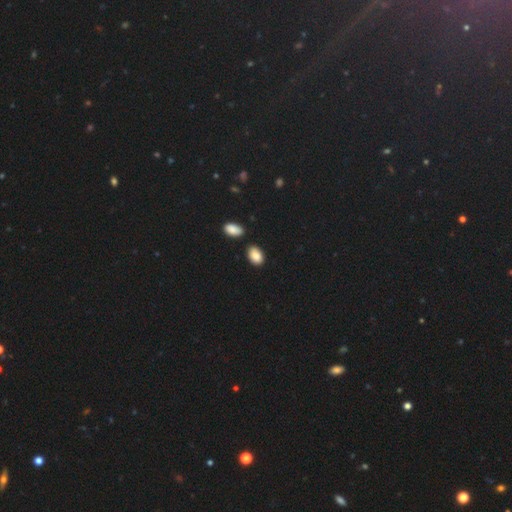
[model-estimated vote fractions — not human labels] smooth_or_featured: smooth (p=0.88) [alt: star or artifact p=0.08]
how_rounded: in between (p=0.89) [alt: round p=0.09]
merging: none (p=0.75) [alt: minor disturbance p=0.15]